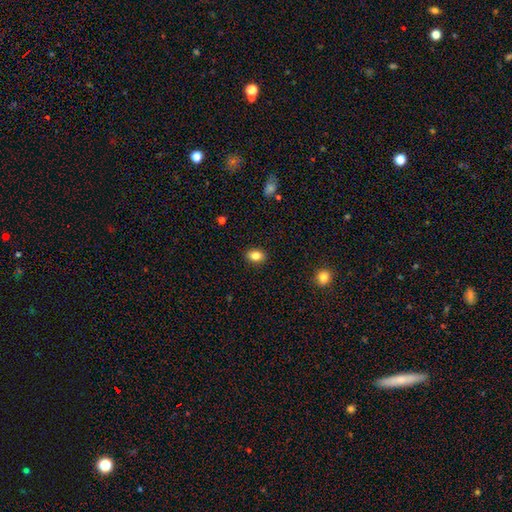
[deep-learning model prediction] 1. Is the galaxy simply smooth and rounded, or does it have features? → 84% smooth, 9% star or artifact, 7% featured or disk.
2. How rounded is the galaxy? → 76% in between, 23% round, 1% cigar-shaped.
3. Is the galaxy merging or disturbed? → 89% none, 8% minor disturbance, 2% major disturbance, 1% merger.